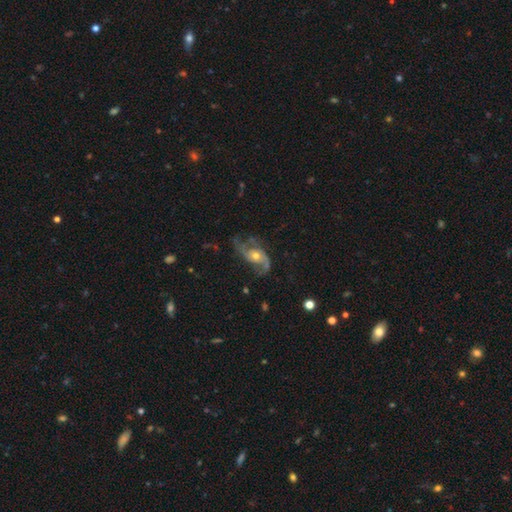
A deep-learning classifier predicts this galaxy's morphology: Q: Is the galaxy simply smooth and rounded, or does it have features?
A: featured or disk — 84%.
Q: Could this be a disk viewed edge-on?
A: no — 96%.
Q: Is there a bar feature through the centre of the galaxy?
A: no — 69%.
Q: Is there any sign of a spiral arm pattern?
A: yes — 95%.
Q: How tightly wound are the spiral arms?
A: loose — 50%.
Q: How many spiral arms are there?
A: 2 — 82%.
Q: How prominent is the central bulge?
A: moderate — 59%.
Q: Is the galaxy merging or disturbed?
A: none — 58%.